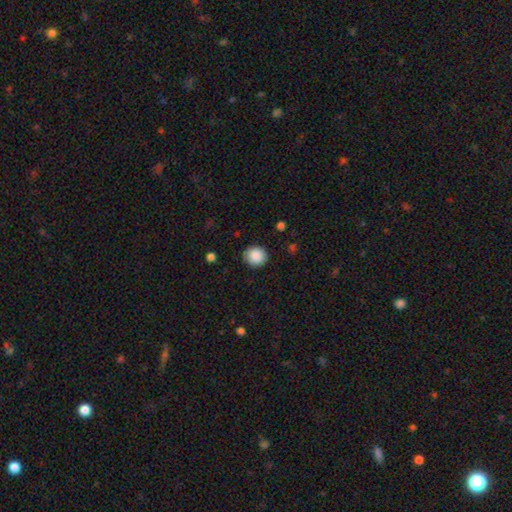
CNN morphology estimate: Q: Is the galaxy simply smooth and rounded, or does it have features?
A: smooth — 89%.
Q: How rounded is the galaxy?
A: round — 87%.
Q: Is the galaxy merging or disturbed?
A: none — 88%.